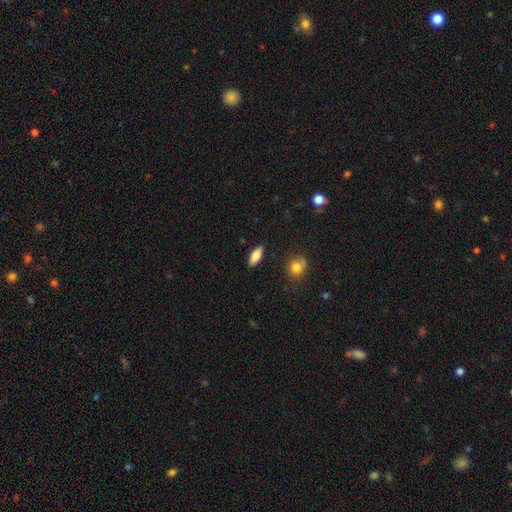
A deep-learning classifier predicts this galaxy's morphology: Smooth or featured? Predicted: smooth (p=0.81). How rounded? Predicted: in between (p=0.75). Merging? Predicted: none (p=0.88).